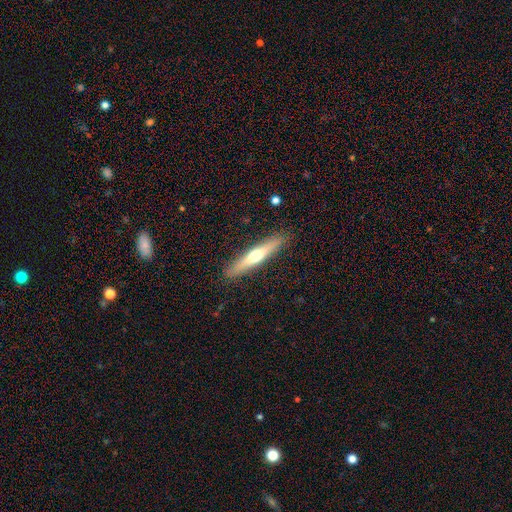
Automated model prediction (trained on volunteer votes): Q: Smooth or featured?
A: featured or disk (51%); runner-up: smooth (43%)
Q: Edge-on disk?
A: yes (93%); runner-up: no (7%)
Q: Merging?
A: none (90%); runner-up: minor disturbance (7%)